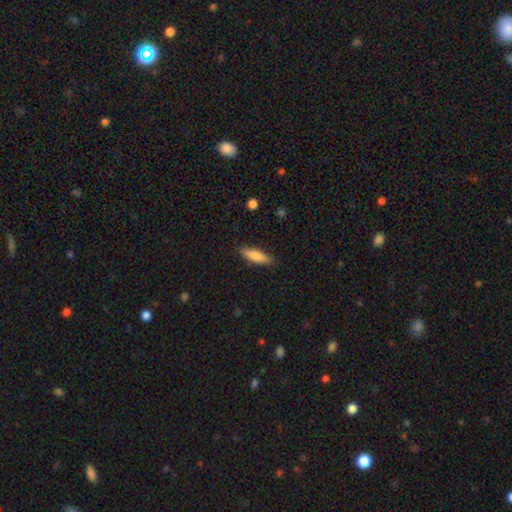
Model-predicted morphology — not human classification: The model was most divided on "how rounded": cigar-shaped: 65%, in between: 33%, round: 2%. More confident: merging — none (87%); smooth or featured — smooth (69%).